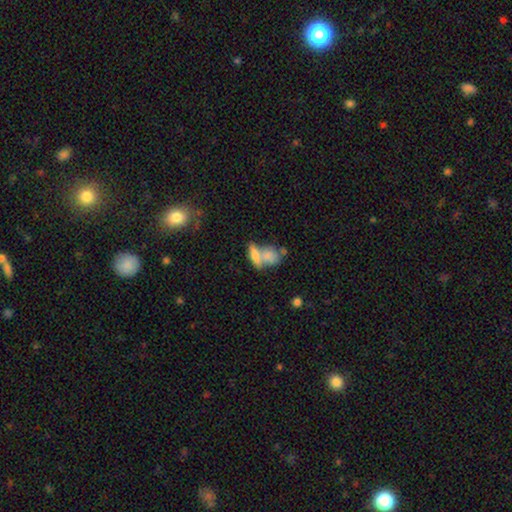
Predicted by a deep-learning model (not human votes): Smooth or featured? smooth (66%)
How rounded? in between (65%)
Merging? merger (53%)